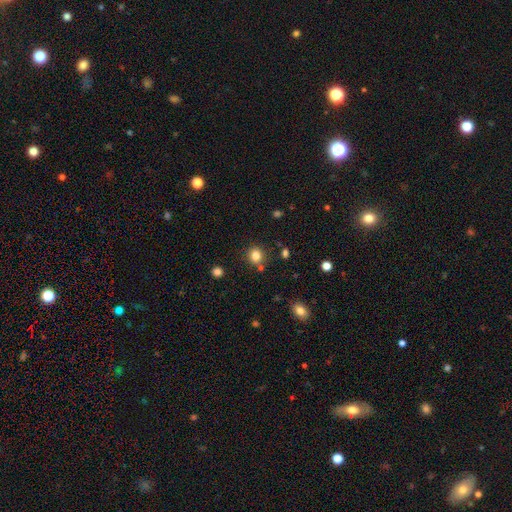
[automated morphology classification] smooth 82%, star or artifact 12%, featured or disk 6%. Down the decision tree: how rounded — round (85%); merging — none (83%).